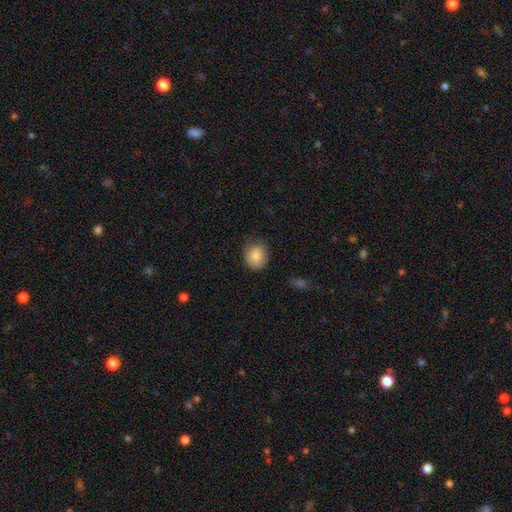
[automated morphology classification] This appears to be a smooth galaxy with no disk features (84%) that is round (68%). Merging: none (66%).